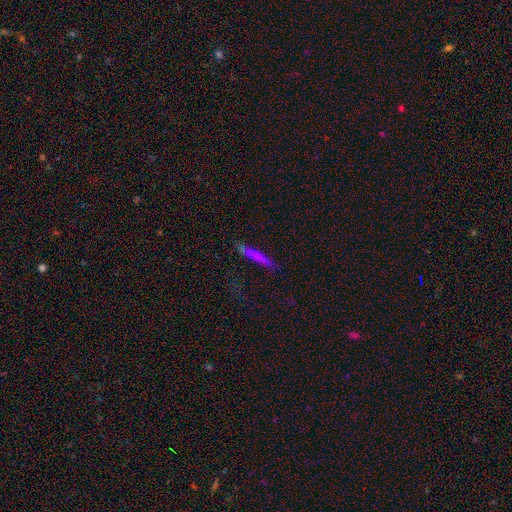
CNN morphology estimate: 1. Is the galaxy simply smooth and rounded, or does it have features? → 70% smooth, 23% featured or disk, 7% star or artifact.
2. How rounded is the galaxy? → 95% cigar-shaped, 4% in between, 2% round.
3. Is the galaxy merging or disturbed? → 83% none, 12% minor disturbance, 3% major disturbance, 2% merger.